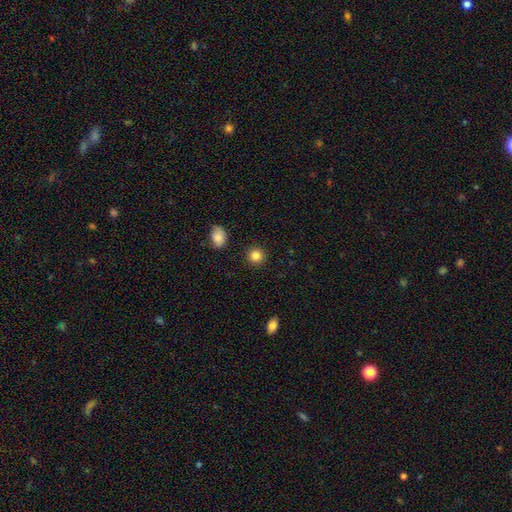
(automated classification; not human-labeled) Smooth or featured: smooth — 85% (star or artifact — 10%)
How rounded: round — 92% (in between — 7%)
Merging: none — 91% (minor disturbance — 5%)